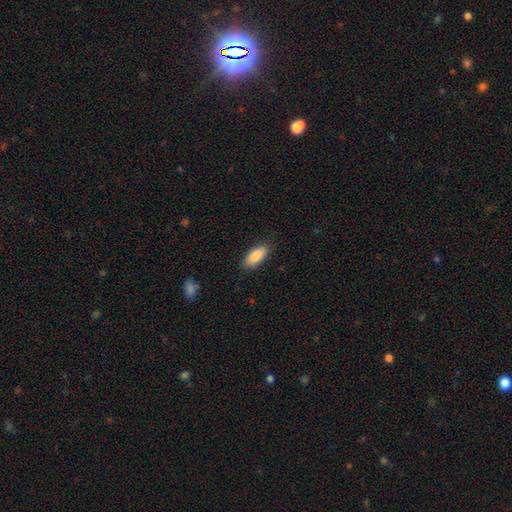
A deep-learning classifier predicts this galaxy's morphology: smooth 87%, featured or disk 7%, star or artifact 6%. Down the decision tree: how rounded — in between (86%); merging — none (85%).